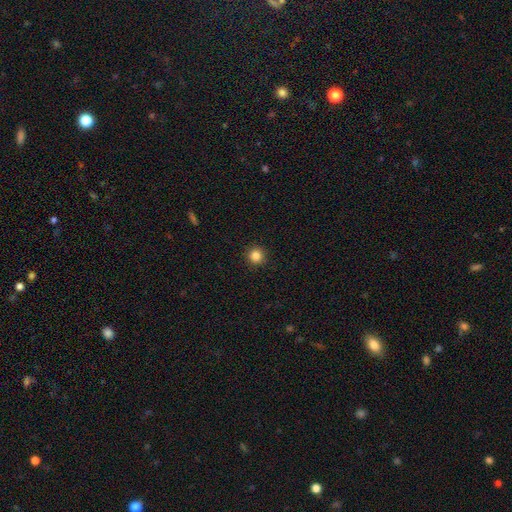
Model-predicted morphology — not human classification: type=smooth (84%); roundness=round (96%); merging=none (93%).